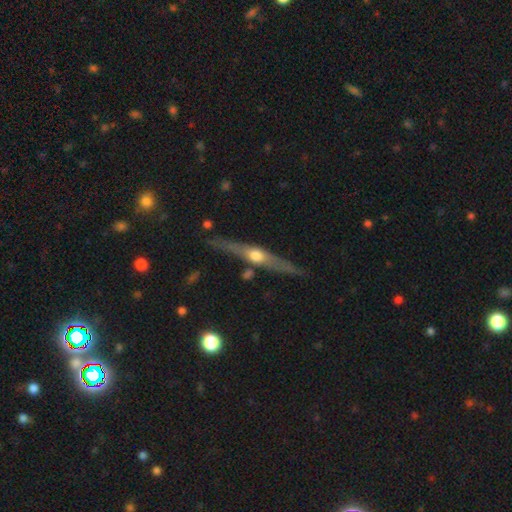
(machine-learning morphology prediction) smooth_or_featured: featured or disk (p=0.75) [alt: smooth p=0.19]
disk_edge_on: yes (p=0.96) [alt: no p=0.04]
edge_on_bulge: rounded (p=0.94) [alt: none p=0.03]
merging: none (p=0.81) [alt: minor disturbance p=0.12]